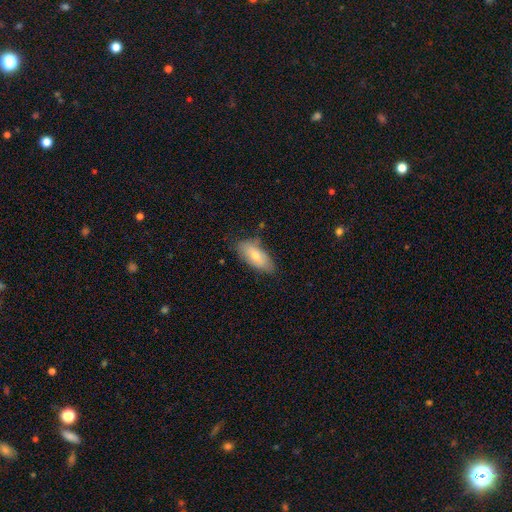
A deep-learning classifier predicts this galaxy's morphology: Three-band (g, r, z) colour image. It shows a smooth galaxy with no disk features (71%) that is in between round and cigar-shaped (88%). Merging: none (69%).